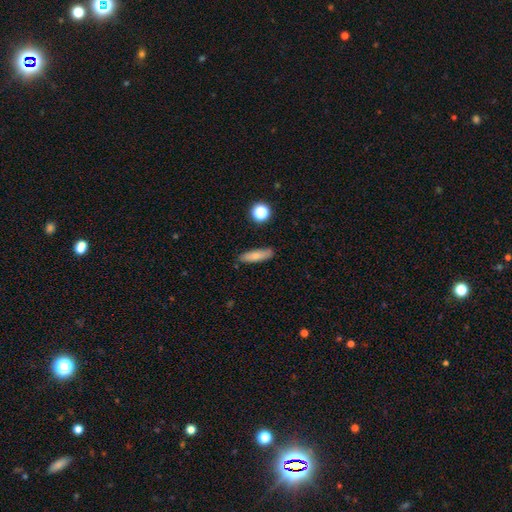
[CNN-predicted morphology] Smooth or featured: smooth — 75% (featured or disk — 16%)
How rounded: cigar-shaped — 62% (in between — 34%)
Merging: none — 85% (minor disturbance — 11%)